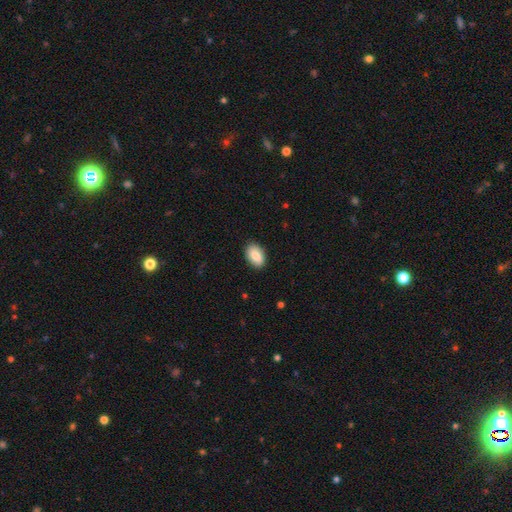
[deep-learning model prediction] Q: Smooth or featured?
A: smooth (84%); runner-up: featured or disk (10%)
Q: How rounded?
A: in between (91%); runner-up: round (7%)
Q: Merging?
A: none (88%); runner-up: minor disturbance (9%)